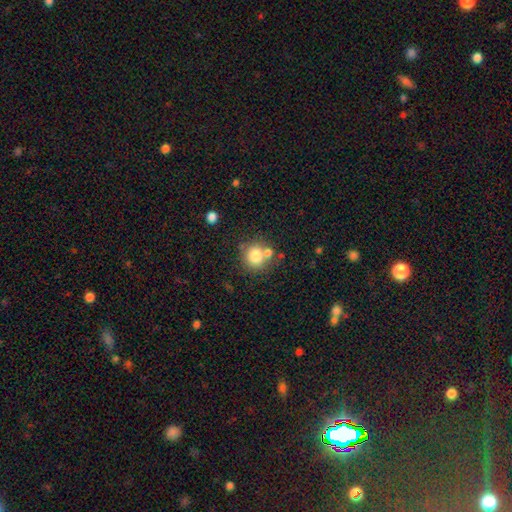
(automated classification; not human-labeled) Morphology: type=smooth (79%); roundness=round (87%); merging=none (61%).